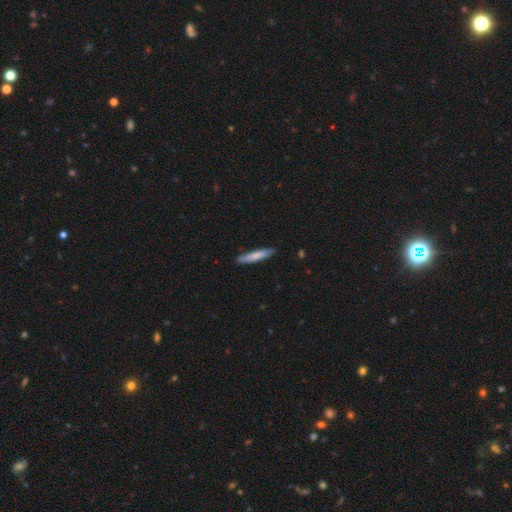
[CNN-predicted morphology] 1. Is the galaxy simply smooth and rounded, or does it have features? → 73% smooth, 21% featured or disk, 5% star or artifact.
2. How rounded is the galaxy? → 90% cigar-shaped, 9% in between, 1% round.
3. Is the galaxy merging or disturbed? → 85% none, 12% minor disturbance, 2% major disturbance, 1% merger.